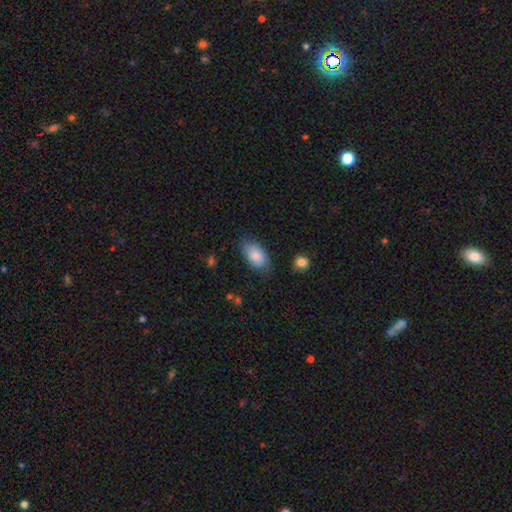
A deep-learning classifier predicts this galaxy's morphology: Q: Smooth or featured?
A: smooth (85%); runner-up: featured or disk (8%)
Q: How rounded?
A: in between (93%); runner-up: round (5%)
Q: Merging?
A: none (74%); runner-up: minor disturbance (20%)